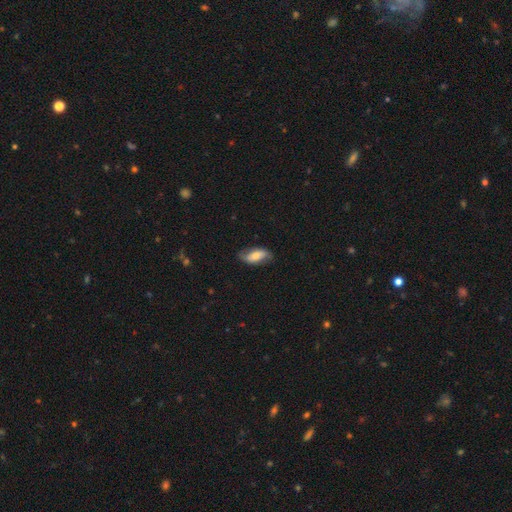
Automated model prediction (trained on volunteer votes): Smooth or featured? featured or disk (50%)
Merging? none (71%)